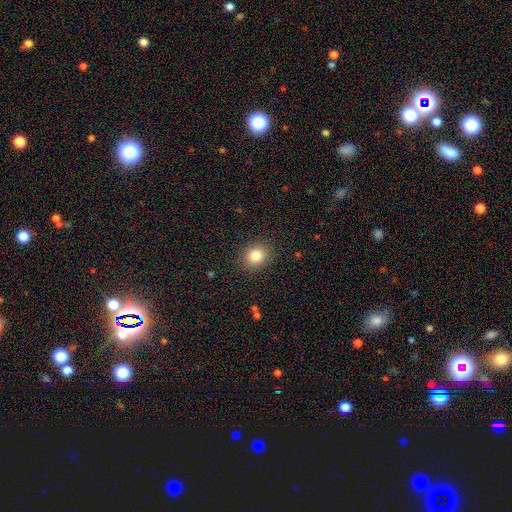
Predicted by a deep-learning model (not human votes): A smooth galaxy with no disk features (83%) that is round (69%). Merging: none (88%).